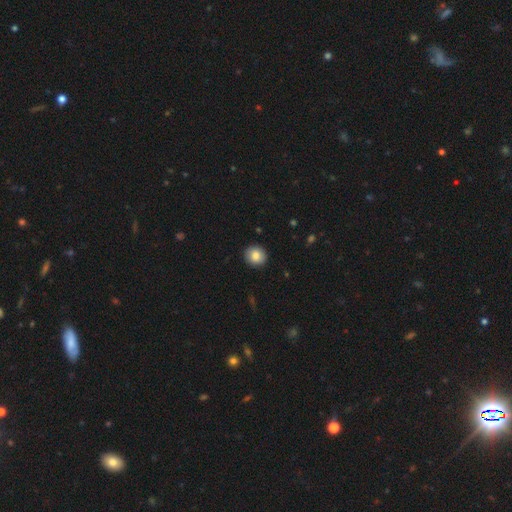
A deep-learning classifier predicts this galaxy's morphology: Smooth or featured? Predicted: smooth (p=0.84). How rounded? Predicted: round (p=0.86). Merging? Predicted: none (p=0.91).